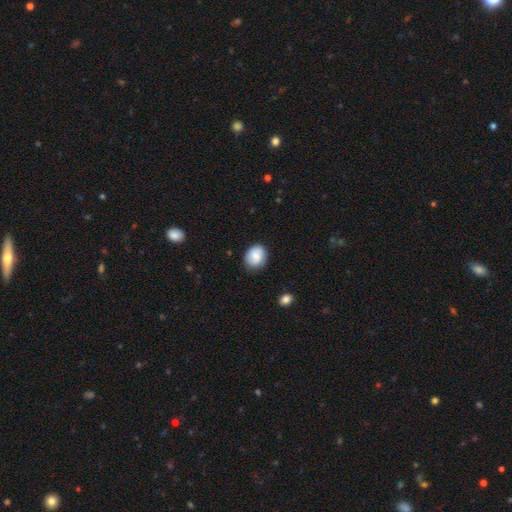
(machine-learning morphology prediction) The model was most divided on "how rounded": round: 63%, in between: 36%, cigar-shaped: 1%. More confident: merging — none (82%); smooth or featured — smooth (81%).